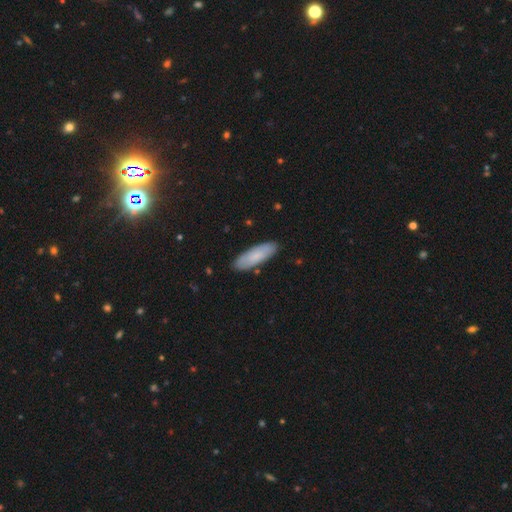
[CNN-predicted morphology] smooth-or-featured: smooth: 75% | featured or disk: 19% | star or artifact: 6%
  how-rounded: in between: 55% | cigar-shaped: 44% | round: 2%
  merging: none: 87% | minor disturbance: 10% | major disturbance: 2% | merger: 1%